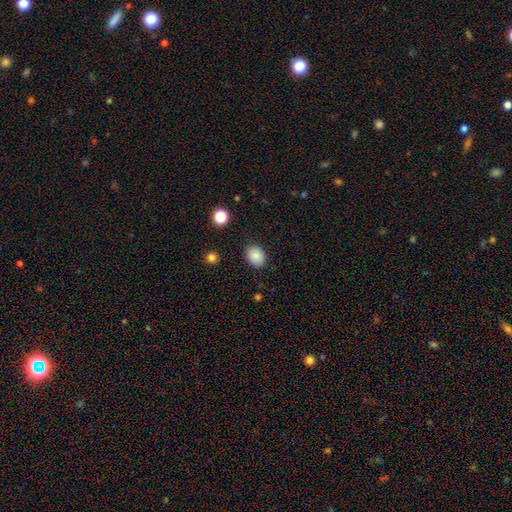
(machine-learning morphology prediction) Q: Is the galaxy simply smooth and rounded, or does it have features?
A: smooth — 88%.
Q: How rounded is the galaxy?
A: in between — 61%.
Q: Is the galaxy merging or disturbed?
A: none — 87%.